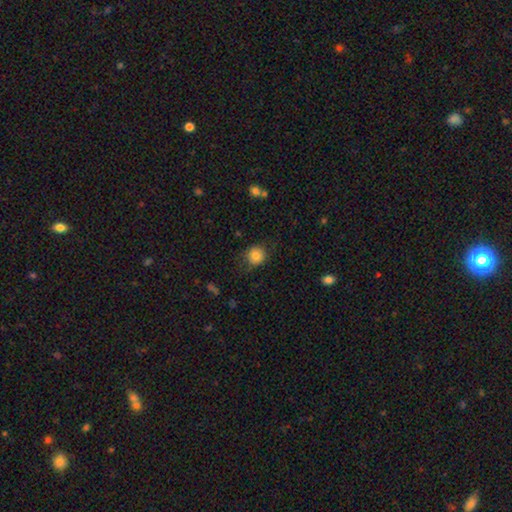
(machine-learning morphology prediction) Smooth or featured? Predicted: smooth (p=0.81). How rounded? Predicted: round (p=0.87). Merging? Predicted: none (p=0.76).